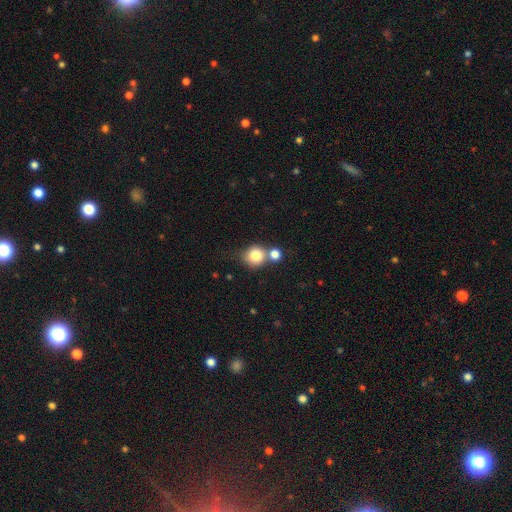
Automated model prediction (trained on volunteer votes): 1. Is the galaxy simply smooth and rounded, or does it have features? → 80% smooth, 10% star or artifact, 9% featured or disk.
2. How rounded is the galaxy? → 85% round, 14% in between, 1% cigar-shaped.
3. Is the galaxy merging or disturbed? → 50% none, 35% merger, 10% minor disturbance, 4% major disturbance.